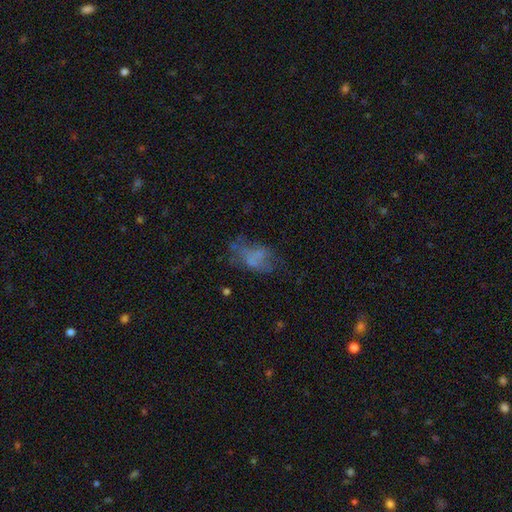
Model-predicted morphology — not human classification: Overall: smooth (42%; featured or disk 41%). Merging: none (41%; major disturbance 30%).